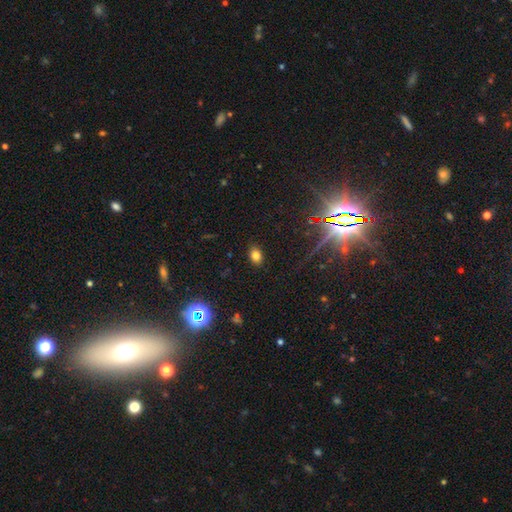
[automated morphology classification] smooth-or-featured: smooth: 77% | star or artifact: 16% | featured or disk: 7%
  how-rounded: in between: 78% | round: 21% | cigar-shaped: 1%
  merging: none: 87% | minor disturbance: 9% | major disturbance: 3% | merger: 1%